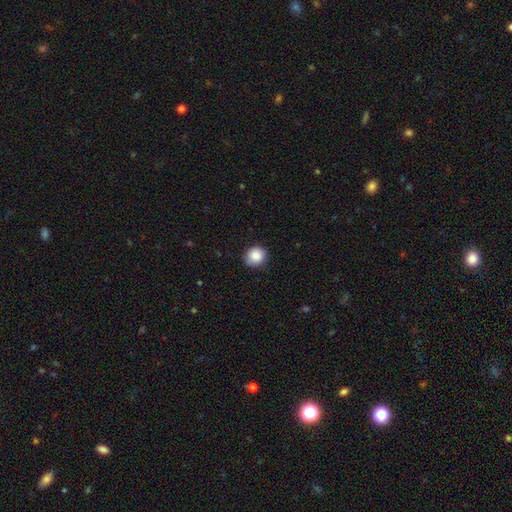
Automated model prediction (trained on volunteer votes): Smooth or featured?
  - smooth: 86% *
  - star or artifact: 8%
  - featured or disk: 6%
How rounded?
  - round: 86% *
  - in between: 13%
  - cigar-shaped: 1%
Merging?
  - none: 85% *
  - minor disturbance: 11%
  - major disturbance: 2%
  - merger: 1%